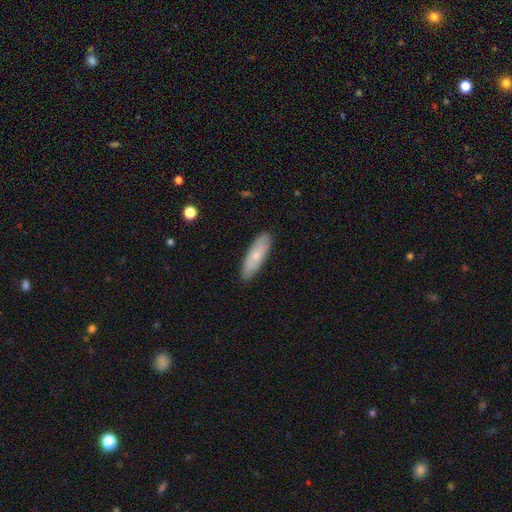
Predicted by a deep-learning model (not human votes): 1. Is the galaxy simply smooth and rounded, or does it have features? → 65% smooth, 29% featured or disk, 6% star or artifact.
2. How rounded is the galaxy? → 50% in between, 47% cigar-shaped, 2% round.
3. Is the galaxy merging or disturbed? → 87% none, 10% minor disturbance, 2% major disturbance, 1% merger.